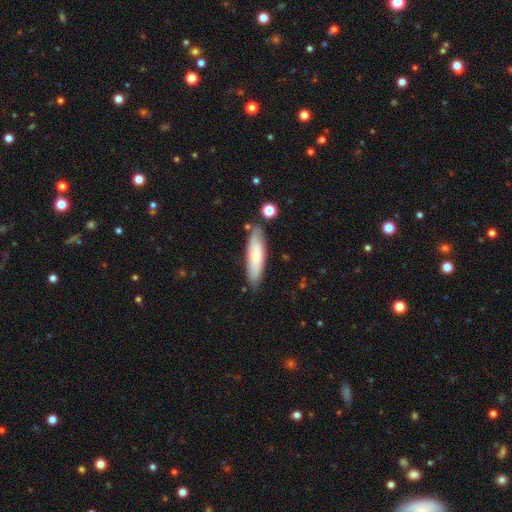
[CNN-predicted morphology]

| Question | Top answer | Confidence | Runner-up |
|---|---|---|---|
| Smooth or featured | smooth | 67% | featured or disk (27%) |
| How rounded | cigar-shaped | 64% | in between (35%) |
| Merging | none | 78% | minor disturbance (15%) |